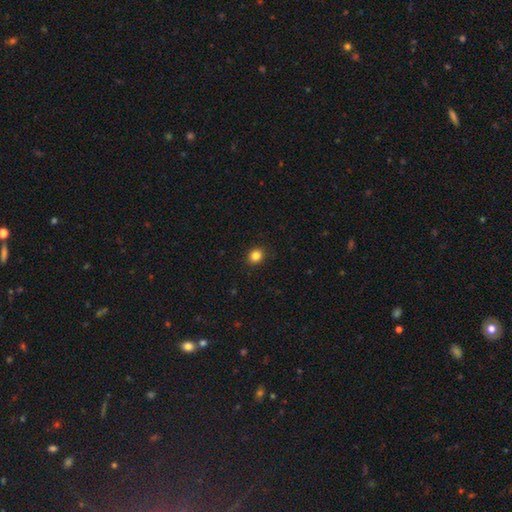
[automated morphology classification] A smooth galaxy with no disk features (84%) that is round (73%).

Vote fractions:
- Smooth or featured? smooth: 84% / star or artifact: 11% / featured or disk: 4%
- How rounded? round: 73% / in between: 26% / cigar-shaped: 1%
- Merging? none: 91% / minor disturbance: 6% / major disturbance: 2% / merger: 1%